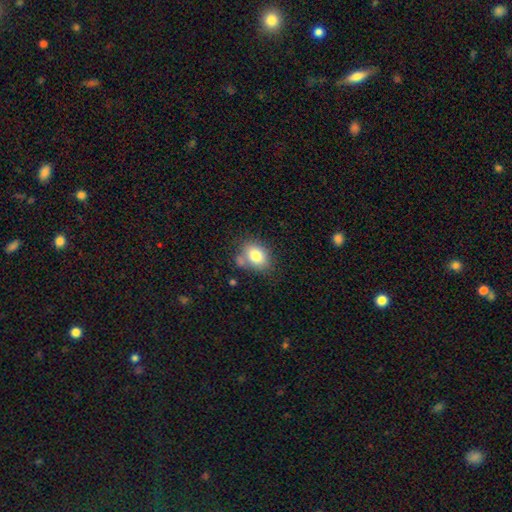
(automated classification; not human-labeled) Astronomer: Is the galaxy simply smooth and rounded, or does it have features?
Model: smooth — 79%.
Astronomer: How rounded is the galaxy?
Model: in between — 64%.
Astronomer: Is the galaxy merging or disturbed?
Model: none — 63%.